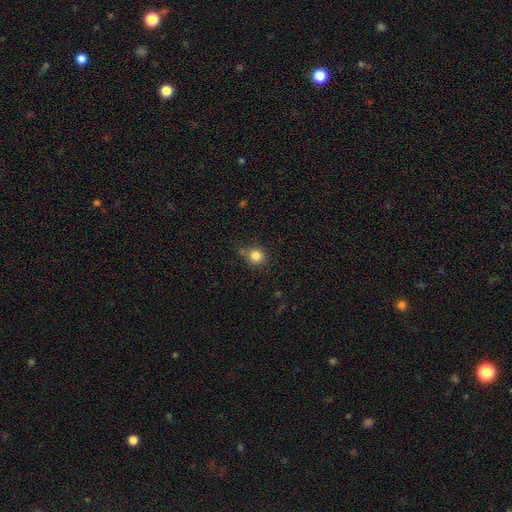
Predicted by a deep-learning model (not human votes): This is clearly a smooth galaxy (83%). How rounded: clearly round (87%). Merging: likely none (75%).